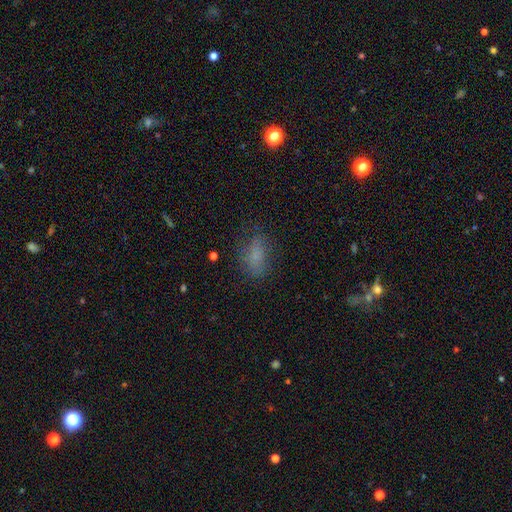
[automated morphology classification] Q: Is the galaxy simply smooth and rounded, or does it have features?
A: smooth — 73%.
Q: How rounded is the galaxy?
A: in between — 84%.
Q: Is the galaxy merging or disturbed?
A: none — 68%.